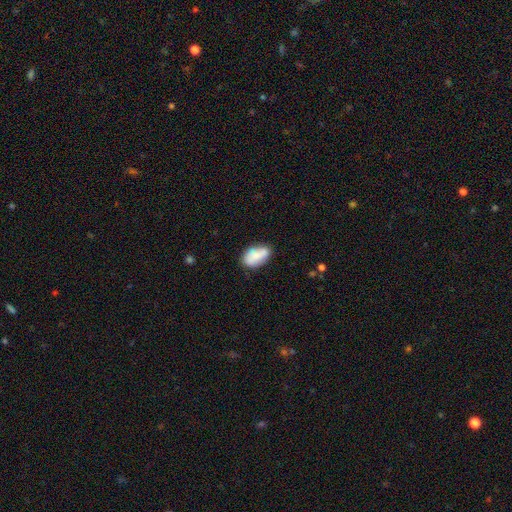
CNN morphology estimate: Smooth or featured: smooth — 76% (featured or disk — 16%)
How rounded: in between — 92% (round — 6%)
Merging: none — 57% (minor disturbance — 25%)